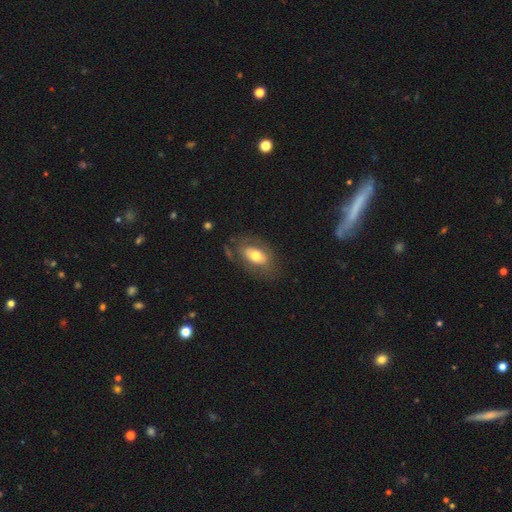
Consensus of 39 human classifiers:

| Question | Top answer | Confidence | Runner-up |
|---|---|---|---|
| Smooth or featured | smooth | 56% | featured or disk (41%) |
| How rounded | in between | 91% | round (9%) |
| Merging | none | 47% | minor disturbance (37%) |